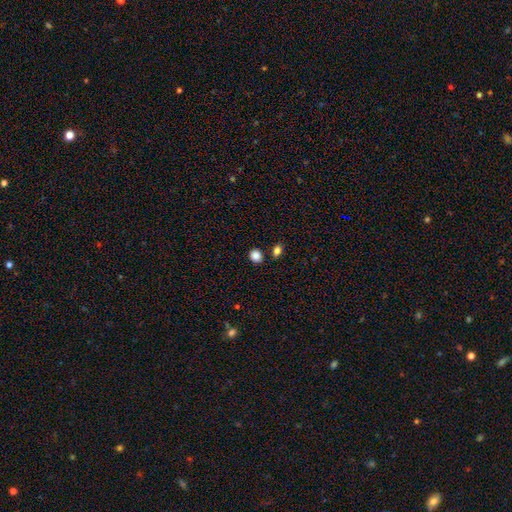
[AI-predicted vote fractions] This is clearly a smooth galaxy (86%). How rounded: likely round (68%). Merging: clearly none (82%).